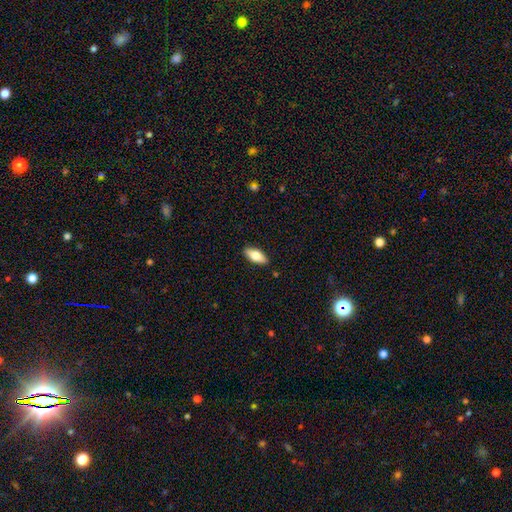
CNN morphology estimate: This is likely a smooth galaxy (77%). How rounded: clearly in between (85%). Merging: clearly none (88%).